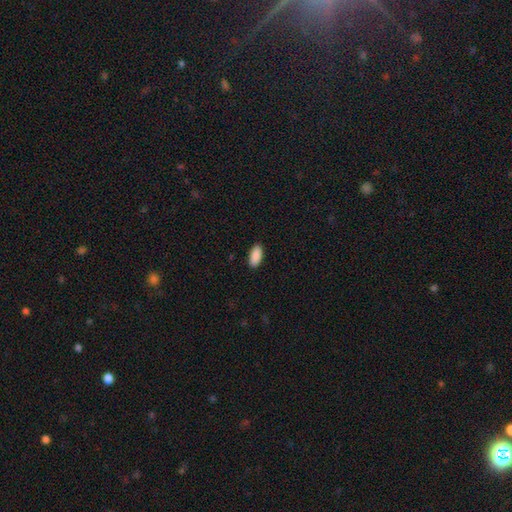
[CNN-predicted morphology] Smooth or featured?
  - smooth: 91% *
  - star or artifact: 6%
  - featured or disk: 3%
How rounded?
  - in between: 90% *
  - cigar-shaped: 8%
  - round: 2%
Merging?
  - none: 90% *
  - minor disturbance: 7%
  - major disturbance: 2%
  - merger: 1%